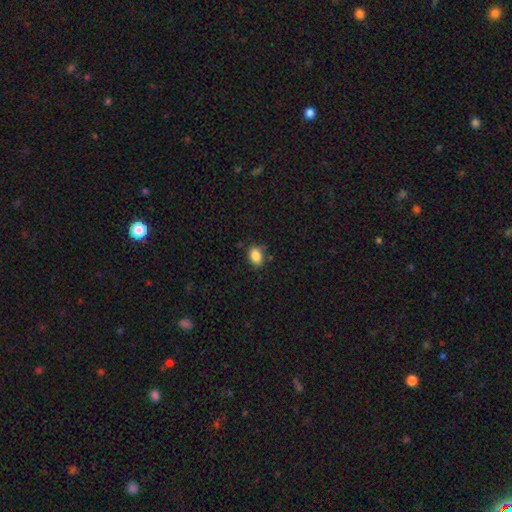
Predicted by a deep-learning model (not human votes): Smooth or featured?
  - smooth: 86% *
  - star or artifact: 9%
  - featured or disk: 5%
How rounded?
  - in between: 80% *
  - round: 19%
  - cigar-shaped: 1%
Merging?
  - none: 73% *
  - minor disturbance: 20%
  - major disturbance: 4%
  - merger: 3%